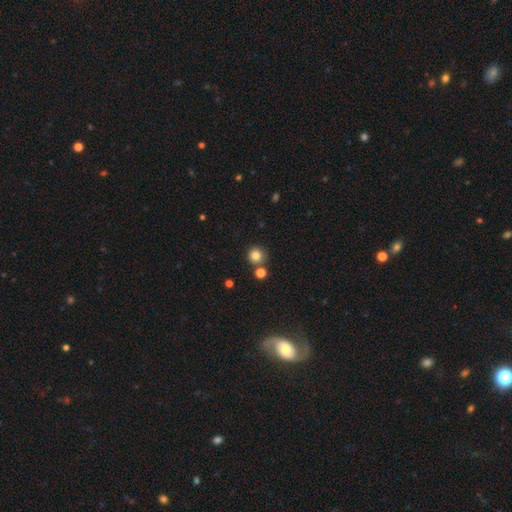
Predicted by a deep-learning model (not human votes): Overall: smooth (82%). How rounded: round (94%). Merging: none (79%).